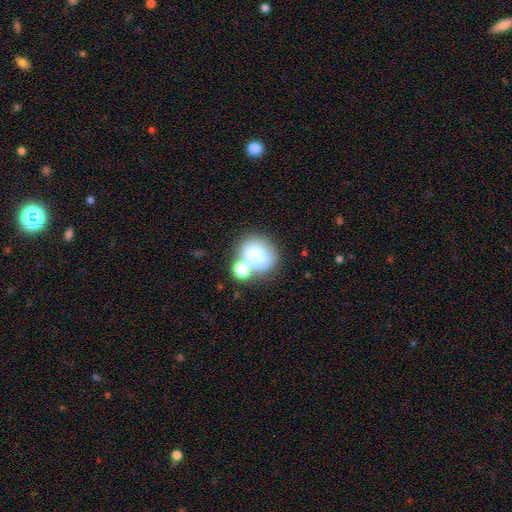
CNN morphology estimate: Smooth or featured: smooth — 66% (featured or disk — 22%)
How rounded: round — 67% (in between — 32%)
Merging: none — 40% (merger — 37%)